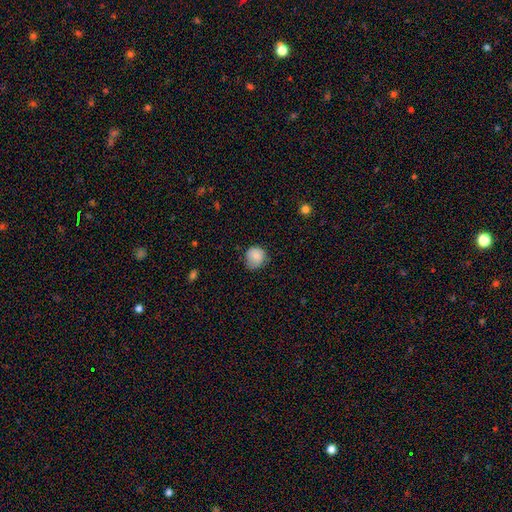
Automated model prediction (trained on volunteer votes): smooth 83%, featured or disk 9%, star or artifact 8%. Down the decision tree: how rounded — round (83%); merging — none (65%).